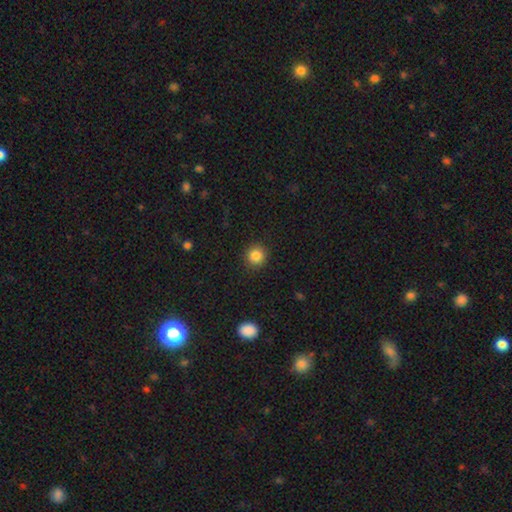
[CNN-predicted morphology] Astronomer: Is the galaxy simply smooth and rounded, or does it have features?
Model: smooth — 85%.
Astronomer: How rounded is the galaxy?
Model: round — 93%.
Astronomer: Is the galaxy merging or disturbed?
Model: none — 91%.